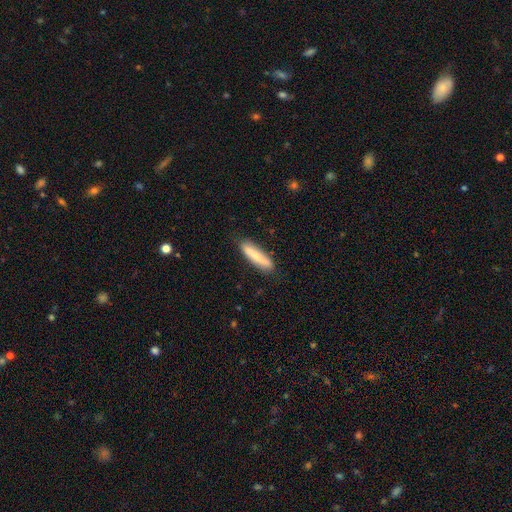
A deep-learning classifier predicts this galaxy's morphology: smooth-or-featured: smooth: 77% | featured or disk: 18% | star or artifact: 6%
  how-rounded: cigar-shaped: 82% | in between: 17% | round: 1%
  merging: none: 84% | minor disturbance: 12% | major disturbance: 2% | merger: 1%